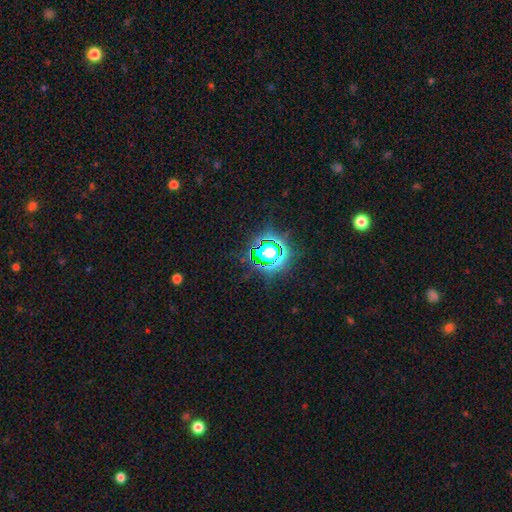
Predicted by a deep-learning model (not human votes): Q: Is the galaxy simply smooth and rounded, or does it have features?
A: star or artifact — 81%.